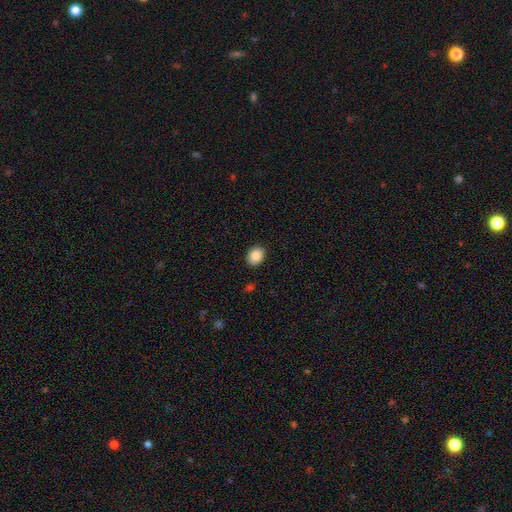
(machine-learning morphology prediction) Q: Smooth or featured?
A: smooth (87%); runner-up: star or artifact (8%)
Q: How rounded?
A: in between (65%); runner-up: round (34%)
Q: Merging?
A: none (90%); runner-up: minor disturbance (8%)